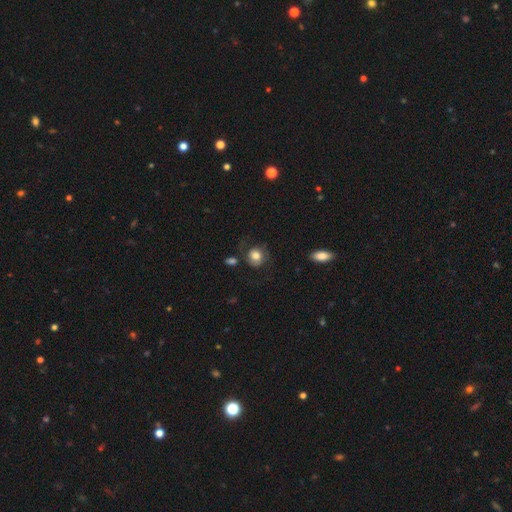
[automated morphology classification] smooth 72%, featured or disk 20%, star or artifact 8%. Down the decision tree: how rounded — round (75%); merging — none (62%).